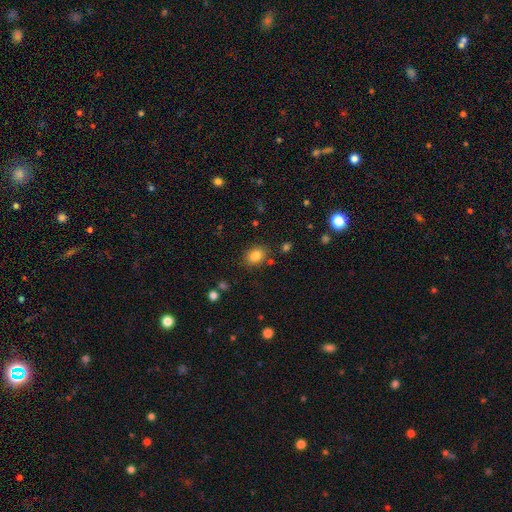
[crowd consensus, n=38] Morphology: type=smooth (89%); roundness=in between (62%); merging=none (83%).